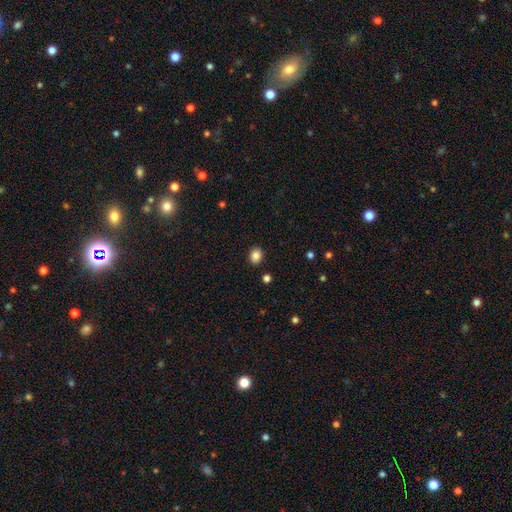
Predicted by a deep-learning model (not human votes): This is clearly a smooth galaxy (85%). How rounded: possibly round (50%). Merging: clearly none (89%).